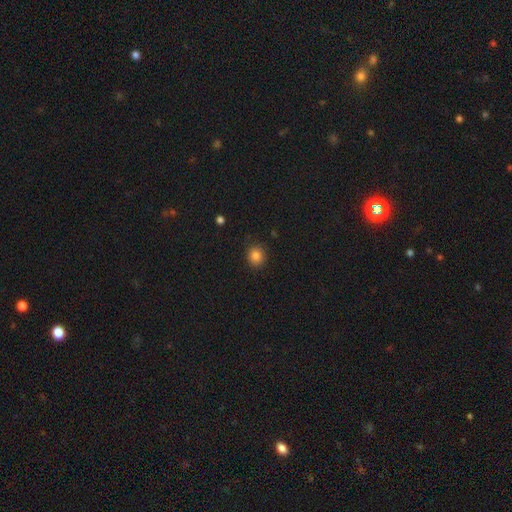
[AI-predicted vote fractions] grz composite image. It shows a smooth galaxy with no disk features (84%) that is round (84%). Merging: none (89%).